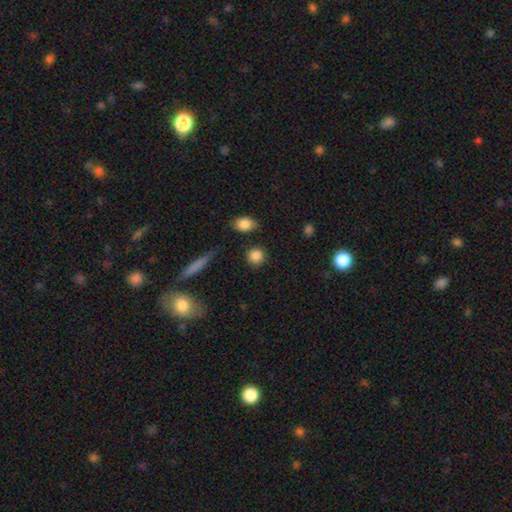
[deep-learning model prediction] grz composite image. It shows a smooth galaxy with no disk features (86%) that is round (86%). Merging: none (84%).